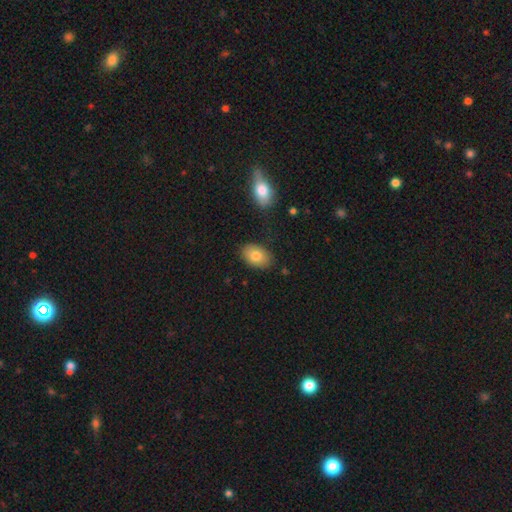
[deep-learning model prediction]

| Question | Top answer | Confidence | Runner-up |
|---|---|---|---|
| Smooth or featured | smooth | 81% | featured or disk (12%) |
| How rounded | in between | 89% | round (10%) |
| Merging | none | 84% | minor disturbance (11%) |